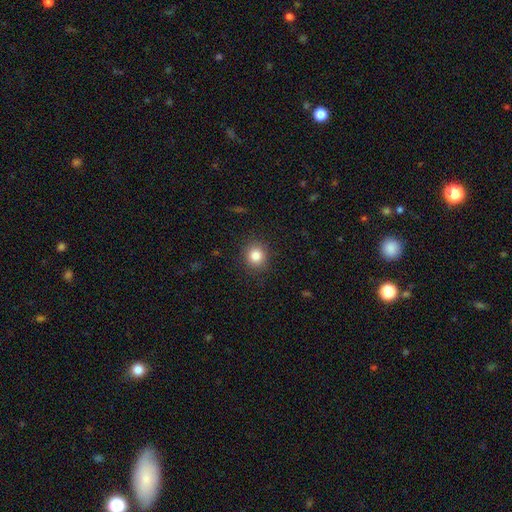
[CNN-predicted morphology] Smooth or featured? Predicted: smooth (p=0.84). How rounded? Predicted: round (p=0.86). Merging? Predicted: none (p=0.89).